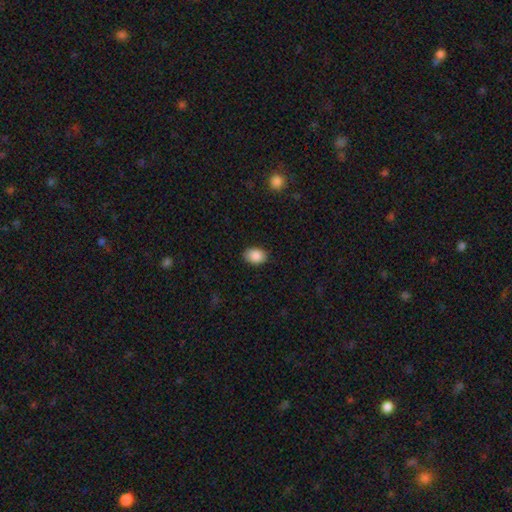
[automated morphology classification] smooth-or-featured: smooth: 89% | star or artifact: 8% | featured or disk: 4%
  how-rounded: in between: 75% | round: 24% | cigar-shaped: 1%
  merging: none: 86% | minor disturbance: 11% | major disturbance: 2% | merger: 1%